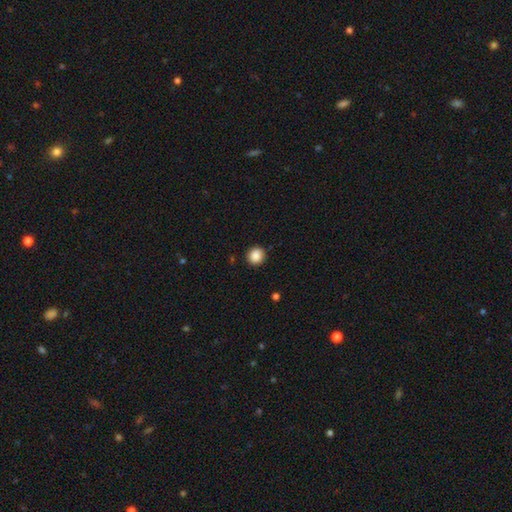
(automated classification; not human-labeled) This appears to be a smooth galaxy with no disk features (88%) that is round (91%). Merging: none (90%).